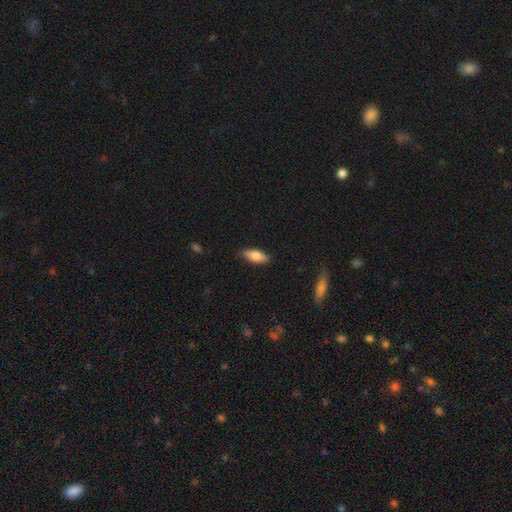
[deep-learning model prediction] This appears to be a smooth galaxy with no disk features (79%) that is in between round and cigar-shaped (75%). Merging: none (85%).